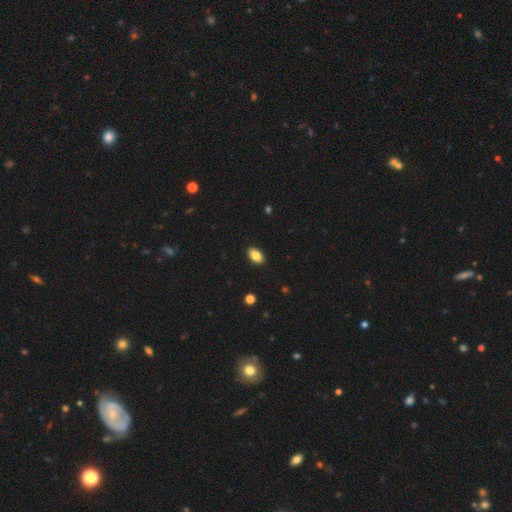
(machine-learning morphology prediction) smooth-or-featured: smooth: 84% | featured or disk: 8% | star or artifact: 8%
  how-rounded: in between: 92% | round: 6% | cigar-shaped: 2%
  merging: none: 90% | minor disturbance: 7% | major disturbance: 2% | merger: 1%